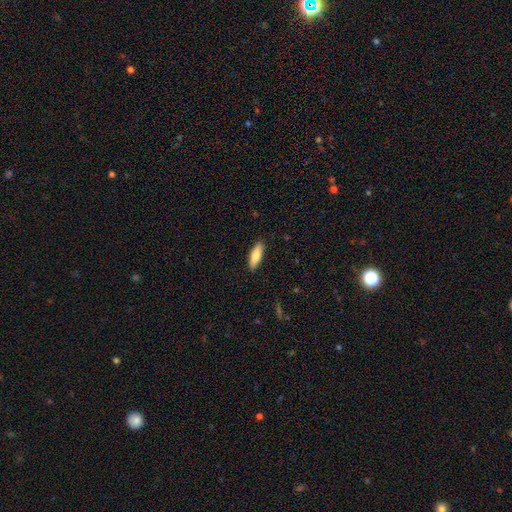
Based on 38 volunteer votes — This is likely a smooth galaxy (79%). How rounded: possibly in between (50%, tied with cigar-shaped). Merging: clearly none (86%).